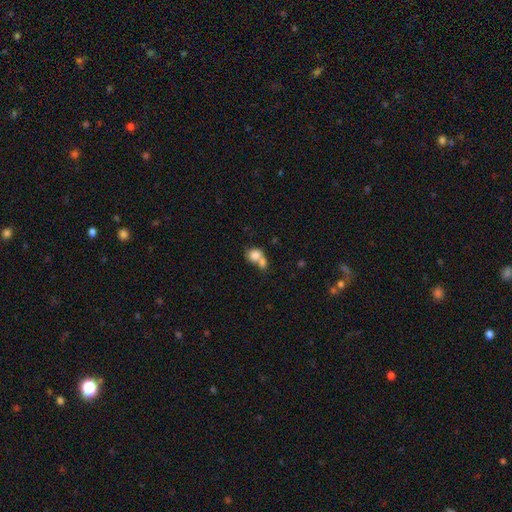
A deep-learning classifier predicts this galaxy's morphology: type=smooth (80%); roundness=round (65%); merging=merger (63%).